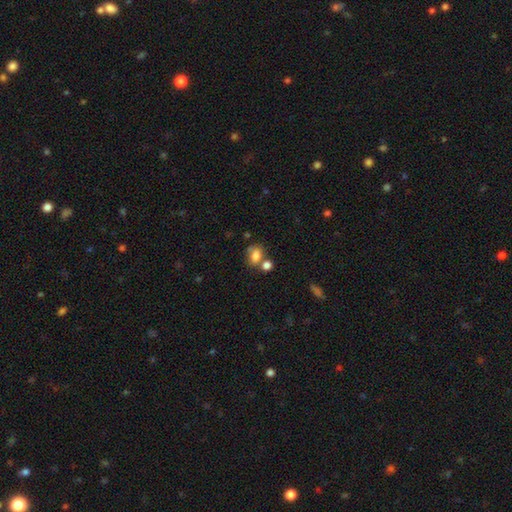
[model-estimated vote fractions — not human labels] A smooth galaxy with no disk features (79%) that is in between round and cigar-shaped (70%).

Vote fractions:
- Smooth or featured? smooth: 79% / star or artifact: 11% / featured or disk: 10%
- How rounded? in between: 70% / round: 28% / cigar-shaped: 2%
- Merging? none: 47% / merger: 31% / minor disturbance: 15% / major disturbance: 7%